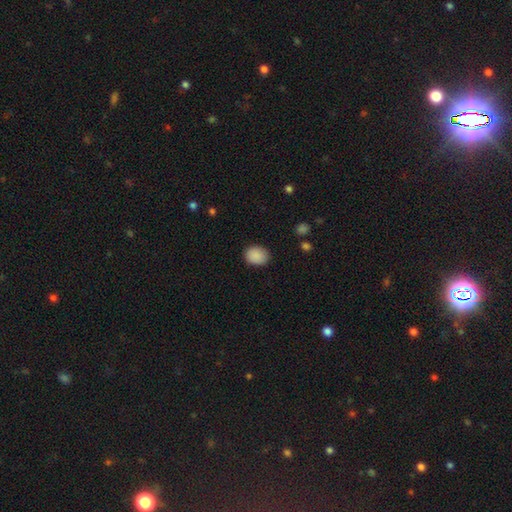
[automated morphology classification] Smooth or featured?
  - smooth: 90% *
  - star or artifact: 7%
  - featured or disk: 3%
How rounded?
  - in between: 58% *
  - round: 42%
  - cigar-shaped: 1%
Merging?
  - none: 85% *
  - minor disturbance: 11%
  - major disturbance: 3%
  - merger: 1%